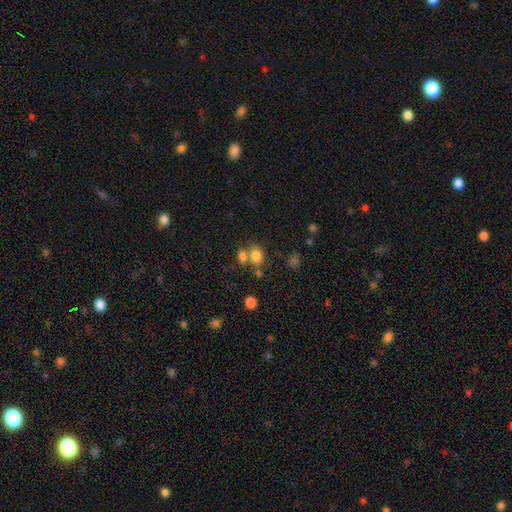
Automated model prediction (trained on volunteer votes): Smooth or featured: smooth — 79% (star or artifact — 13%)
How rounded: in between — 64% (round — 35%)
Merging: none — 48% (merger — 37%)